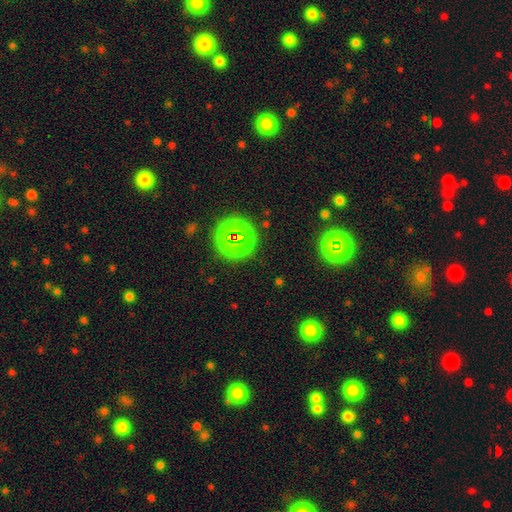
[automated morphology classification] Smooth or featured? Predicted: star or artifact (p=0.76).